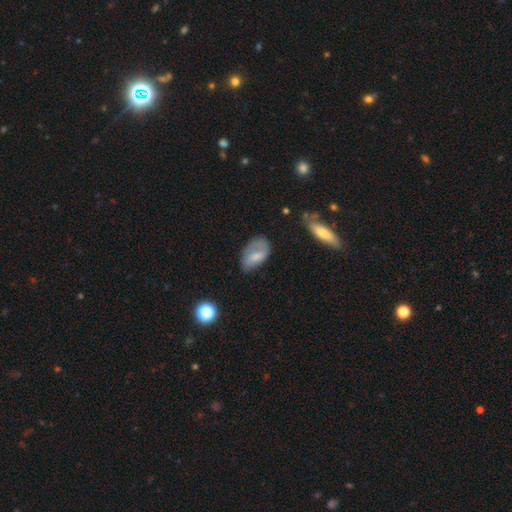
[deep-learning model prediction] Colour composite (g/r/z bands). It shows a smooth galaxy with no disk features (65%) that is in between round and cigar-shaped (92%). Merging: none (51%).